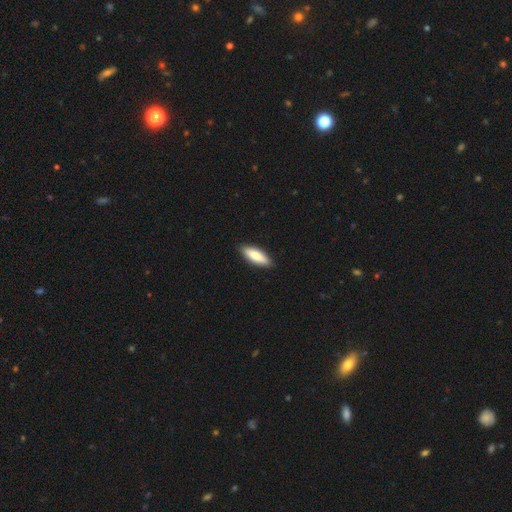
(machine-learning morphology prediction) smooth 79%, featured or disk 16%, star or artifact 5%. Down the decision tree: how rounded — in between (51%); merging — none (89%).